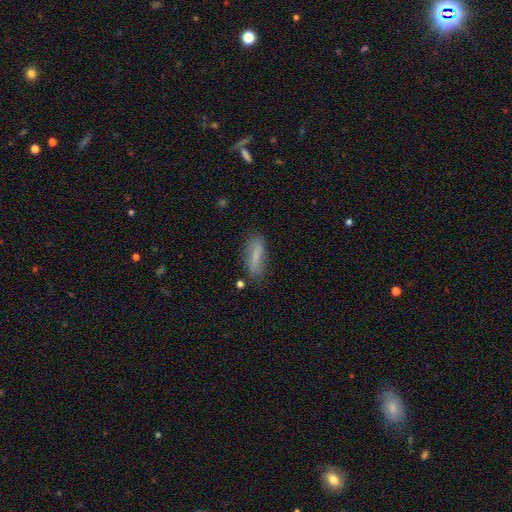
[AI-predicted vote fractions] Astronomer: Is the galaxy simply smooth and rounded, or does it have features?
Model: smooth — 69%.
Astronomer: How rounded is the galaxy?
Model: cigar-shaped — 60% (runner-up: in between, 38%).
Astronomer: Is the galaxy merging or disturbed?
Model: none — 76%.